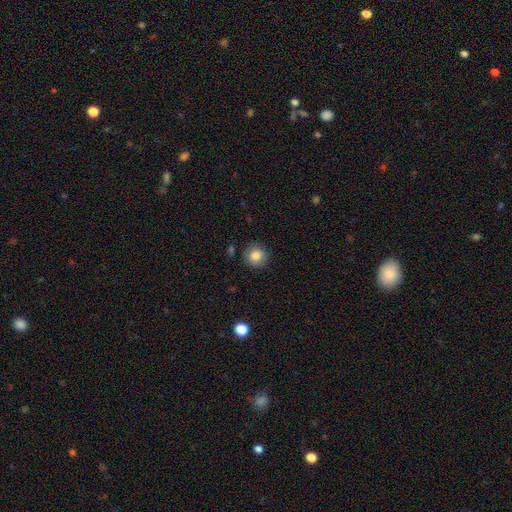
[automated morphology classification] Smooth or featured? Predicted: smooth (p=0.83). How rounded? Predicted: round (p=0.94). Merging? Predicted: none (p=0.88).